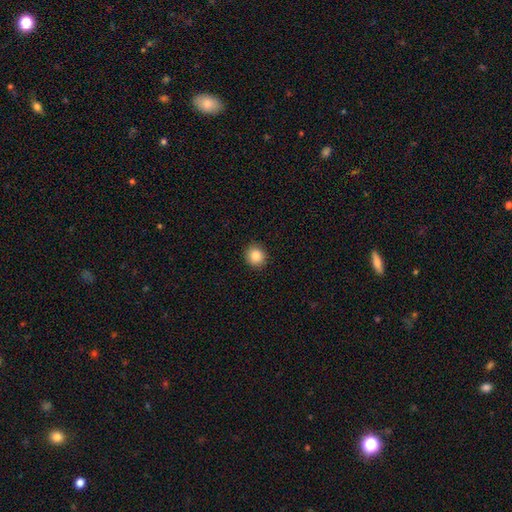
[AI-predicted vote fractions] This is clearly a smooth galaxy (86%). How rounded: clearly round (86%). Merging: clearly none (91%).